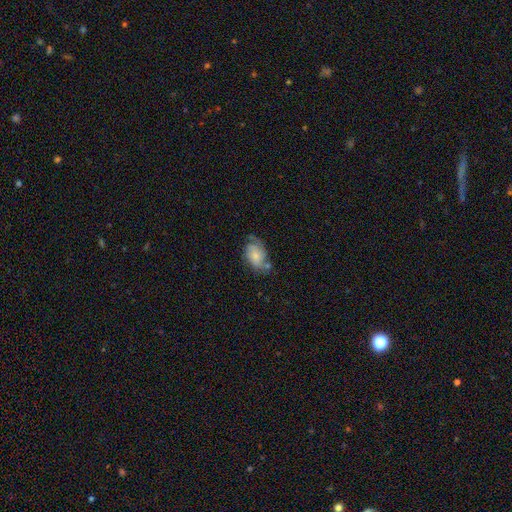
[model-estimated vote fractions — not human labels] Q: Smooth or featured?
A: smooth (47%); runner-up: featured or disk (45%)
Q: Merging?
A: none (46%); runner-up: minor disturbance (30%)